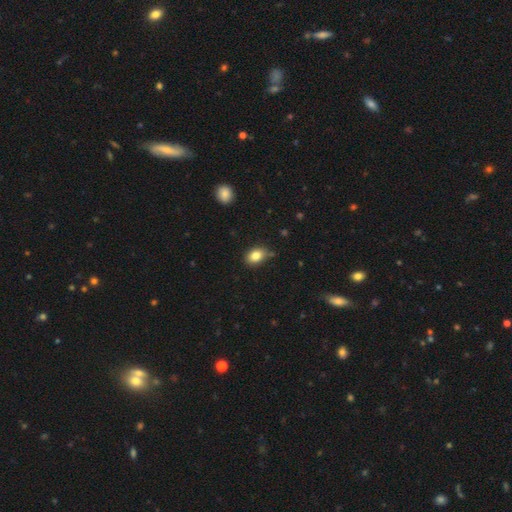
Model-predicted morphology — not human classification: This appears to be a smooth galaxy with no disk features (84%) that is in between round and cigar-shaped (75%). Merging: none (78%).